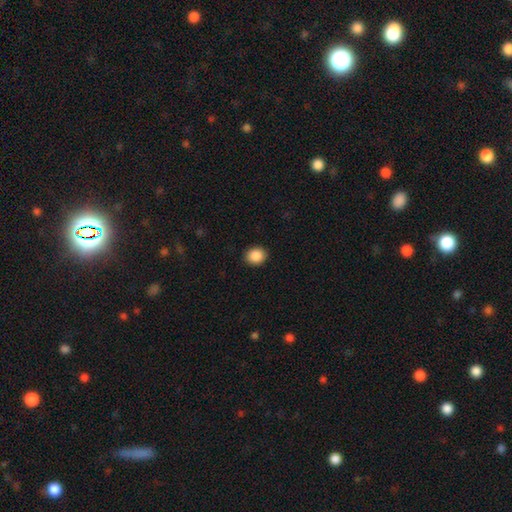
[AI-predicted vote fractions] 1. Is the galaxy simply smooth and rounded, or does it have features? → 88% smooth, 8% star or artifact, 3% featured or disk.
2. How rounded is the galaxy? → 70% round, 29% in between, 1% cigar-shaped.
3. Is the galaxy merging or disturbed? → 91% none, 6% minor disturbance, 2% major disturbance, 1% merger.